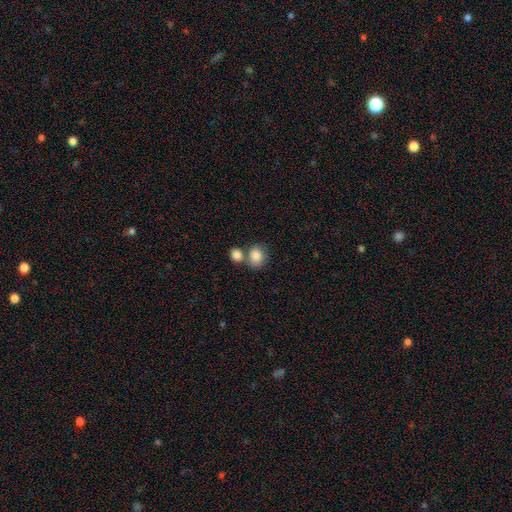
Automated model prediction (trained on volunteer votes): Smooth or featured?
  - smooth: 85% *
  - star or artifact: 8%
  - featured or disk: 7%
How rounded?
  - round: 56% *
  - in between: 43%
  - cigar-shaped: 1%
Merging?
  - none: 44% *
  - merger: 41%
  - minor disturbance: 11%
  - major disturbance: 4%